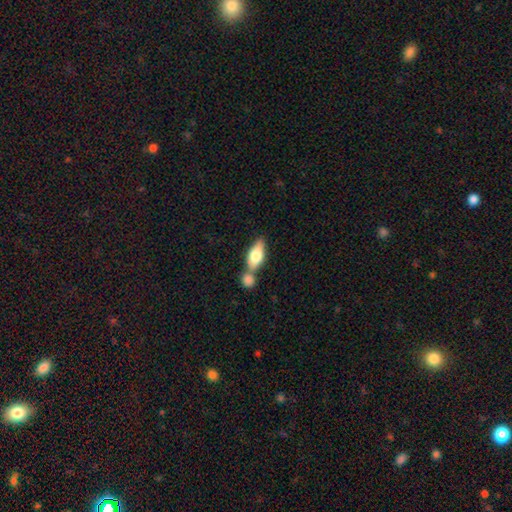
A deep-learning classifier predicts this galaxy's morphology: type=smooth (70%); roundness=in between (80%); merging=merger (49%).